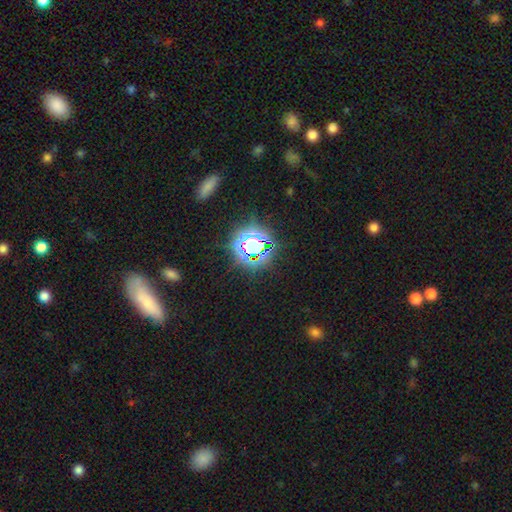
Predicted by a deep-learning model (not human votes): This appears to be a star or artifact, not a galaxy (70%).